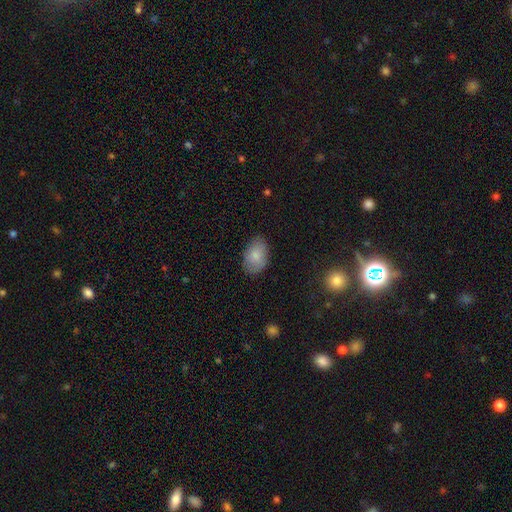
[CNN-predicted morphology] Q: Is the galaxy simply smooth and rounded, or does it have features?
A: smooth — 83%.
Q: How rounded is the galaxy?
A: in between — 87%.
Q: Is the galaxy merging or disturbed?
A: none — 80%.